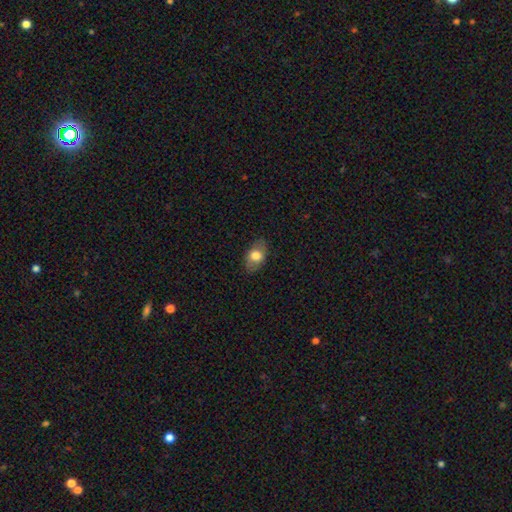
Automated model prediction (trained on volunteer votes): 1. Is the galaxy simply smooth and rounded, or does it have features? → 70% smooth, 22% featured or disk, 7% star or artifact.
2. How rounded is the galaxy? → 88% in between, 10% round, 2% cigar-shaped.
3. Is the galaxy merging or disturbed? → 83% none, 13% minor disturbance, 3% major disturbance, 1% merger.